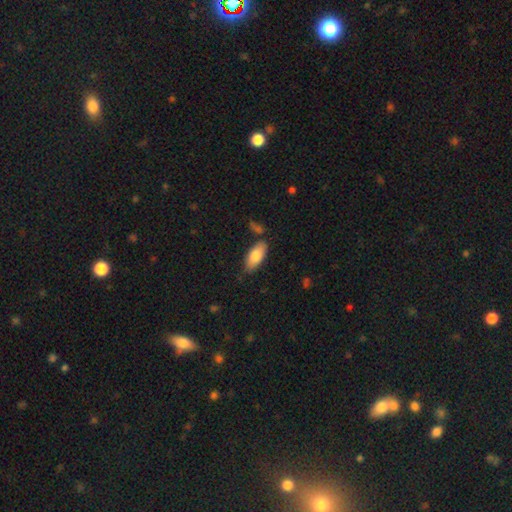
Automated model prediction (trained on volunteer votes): A smooth galaxy with no disk features (79%) that is in between round and cigar-shaped (88%). Merging: none (79%).